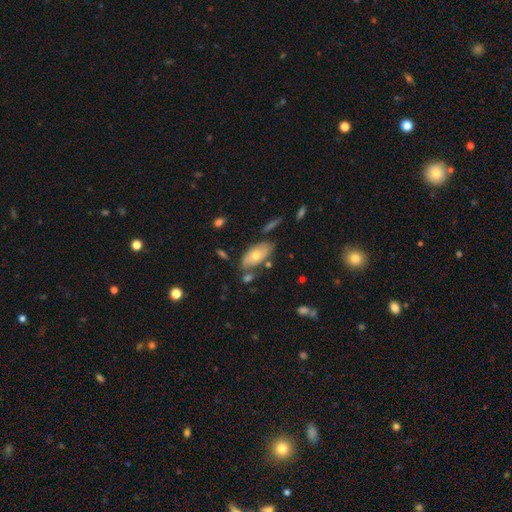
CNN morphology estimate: Smooth or featured? Predicted: smooth (p=0.62). How rounded? Predicted: in between (p=0.91). Merging? Predicted: none (p=0.66).